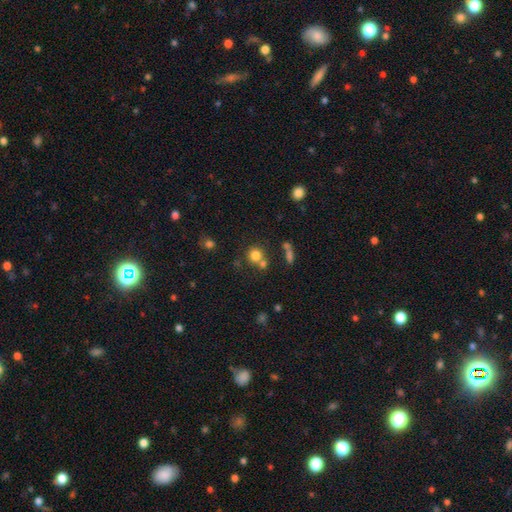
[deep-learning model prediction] Morphology: type=smooth (77%); roundness=round (89%); merging=none (56%).